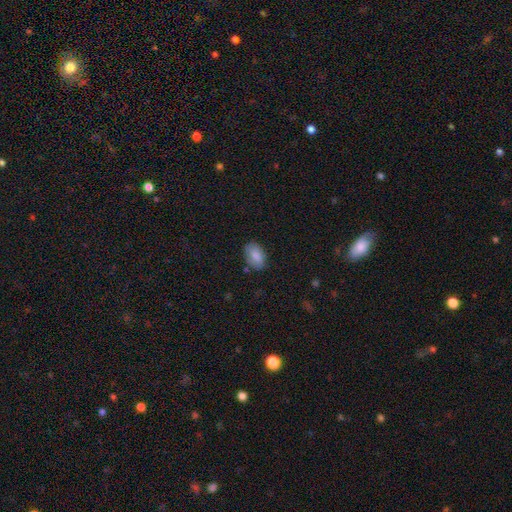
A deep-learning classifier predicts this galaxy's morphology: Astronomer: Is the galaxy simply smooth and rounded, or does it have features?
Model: smooth — 85%.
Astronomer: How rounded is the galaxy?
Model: in between — 89%.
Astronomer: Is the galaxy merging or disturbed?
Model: none — 76%.